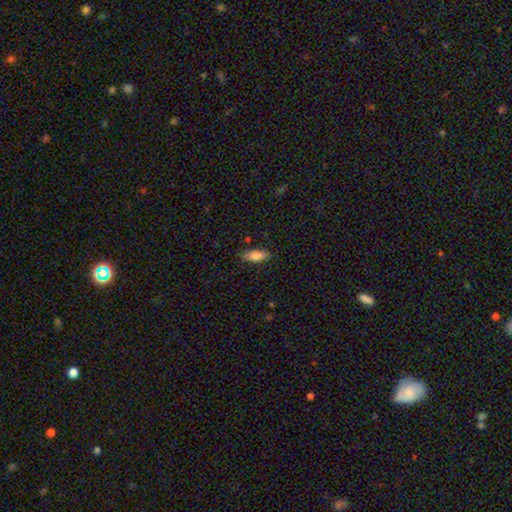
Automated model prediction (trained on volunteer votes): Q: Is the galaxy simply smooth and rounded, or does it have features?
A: smooth — 79%.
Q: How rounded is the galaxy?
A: in between — 71%.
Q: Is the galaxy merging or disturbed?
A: none — 84%.